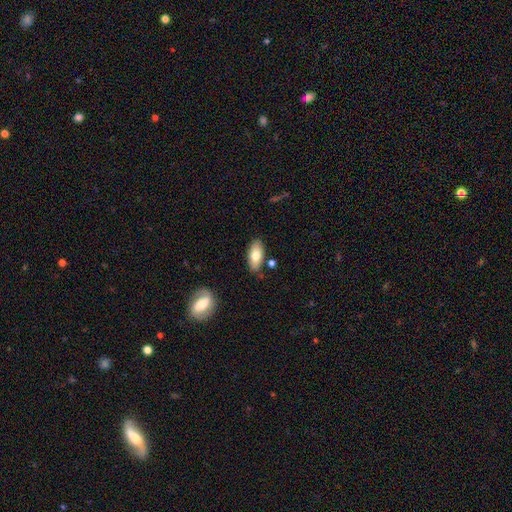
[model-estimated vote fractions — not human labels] Smooth or featured? smooth (78%)
How rounded? in between (90%)
Merging? none (80%)